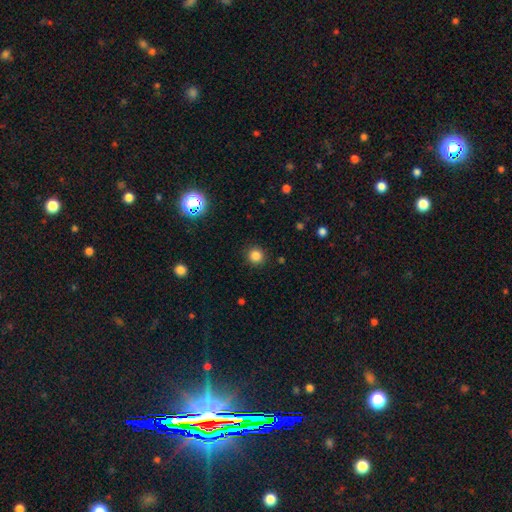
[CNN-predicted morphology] Smooth or featured?
  - smooth: 83% *
  - star or artifact: 13%
  - featured or disk: 4%
How rounded?
  - round: 94% *
  - in between: 5%
  - cigar-shaped: 1%
Merging?
  - none: 91% *
  - minor disturbance: 6%
  - major disturbance: 2%
  - merger: 1%